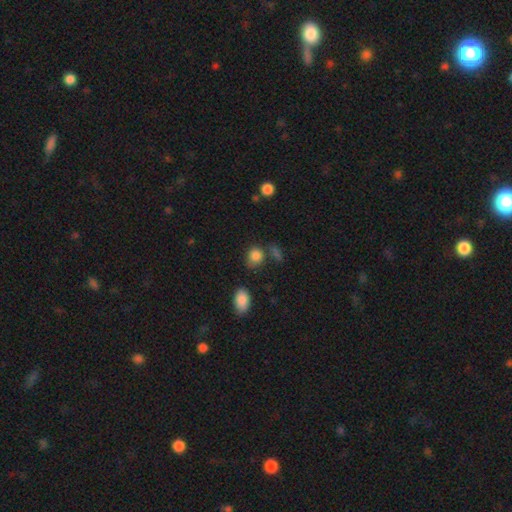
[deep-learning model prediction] smooth_or_featured: smooth (p=0.85) [alt: star or artifact p=0.11]
how_rounded: round (p=0.65) [alt: in between p=0.33]
merging: none (p=0.67) [alt: minor disturbance p=0.16]